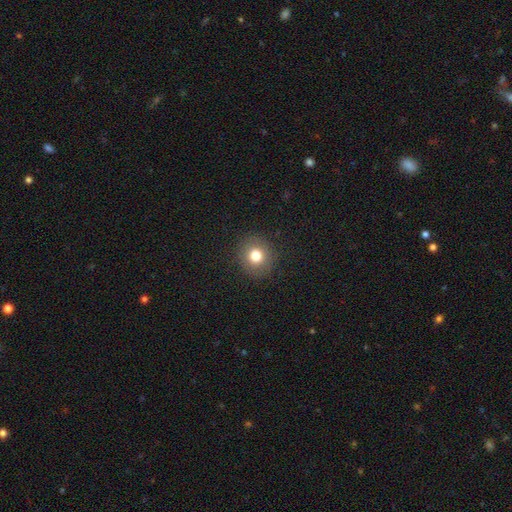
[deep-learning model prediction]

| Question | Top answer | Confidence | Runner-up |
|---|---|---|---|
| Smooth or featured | smooth | 78% | star or artifact (12%) |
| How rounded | round | 87% | in between (12%) |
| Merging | none | 90% | minor disturbance (7%) |